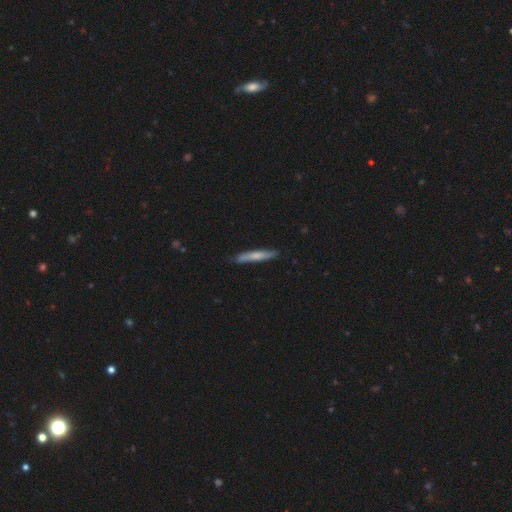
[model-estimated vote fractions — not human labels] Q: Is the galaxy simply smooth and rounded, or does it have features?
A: smooth — 65%.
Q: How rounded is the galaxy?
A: cigar-shaped — 93%.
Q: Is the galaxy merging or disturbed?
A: none — 85%.